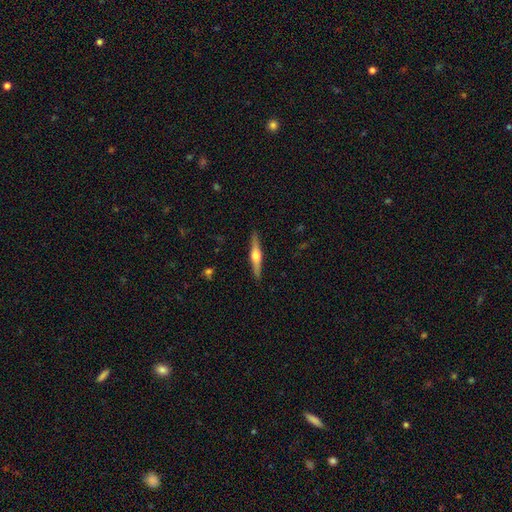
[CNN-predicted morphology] type=featured or disk (69%); edge-on=yes (98%); edge-on bulge=rounded (94%); merging=none (91%).